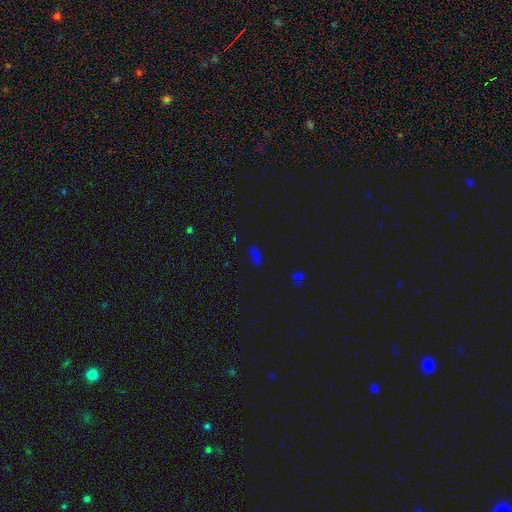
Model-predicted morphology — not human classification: Smooth or featured?
  - smooth: 60% *
  - star or artifact: 31%
  - featured or disk: 9%
How rounded?
  - in between: 58% *
  - cigar-shaped: 35%
  - round: 7%
Merging?
  - none: 74% *
  - minor disturbance: 16%
  - major disturbance: 6%
  - merger: 4%